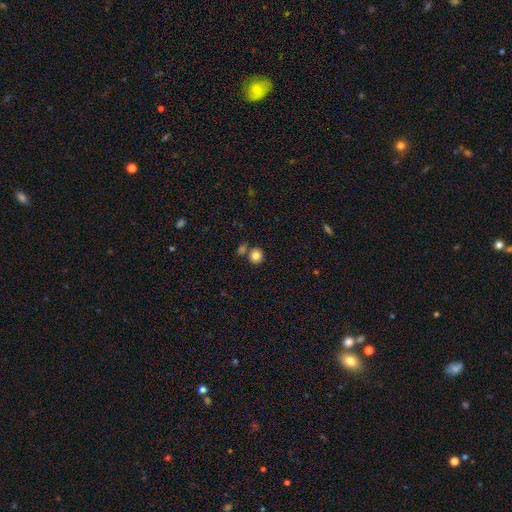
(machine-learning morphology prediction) smooth-or-featured: smooth: 83% | star or artifact: 10% | featured or disk: 6%
  how-rounded: round: 89% | in between: 10% | cigar-shaped: 1%
  merging: none: 71% | merger: 17% | minor disturbance: 9% | major disturbance: 3%